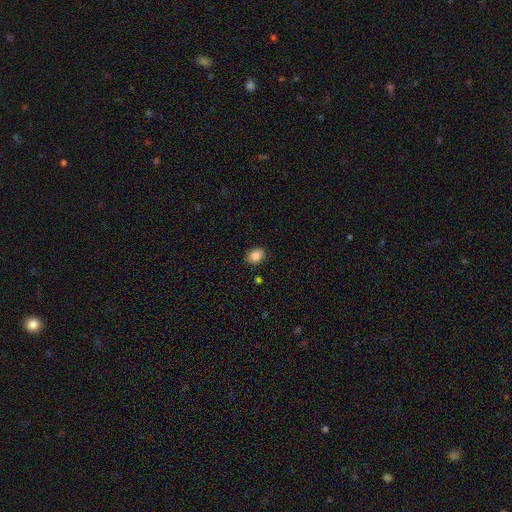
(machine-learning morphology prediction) This appears to be a smooth galaxy with no disk features (86%) that is in between round and cigar-shaped (57%). Merging: none (87%).